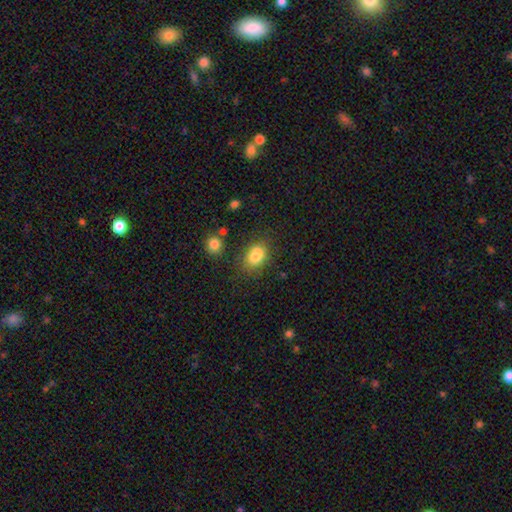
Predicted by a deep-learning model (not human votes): Smooth or featured?
  - smooth: 80% *
  - star or artifact: 10%
  - featured or disk: 10%
How rounded?
  - in between: 70% *
  - round: 29%
  - cigar-shaped: 1%
Merging?
  - none: 63% *
  - minor disturbance: 19%
  - merger: 12%
  - major disturbance: 6%